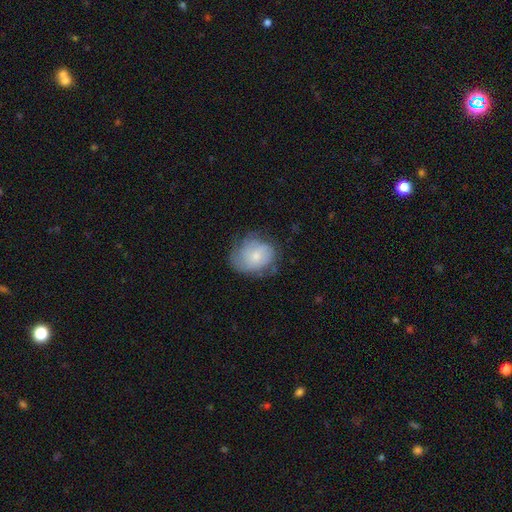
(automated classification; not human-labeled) smooth 57%, featured or disk 35%, star or artifact 8%. Down the decision tree: how rounded — round (55%); merging — none (50%).